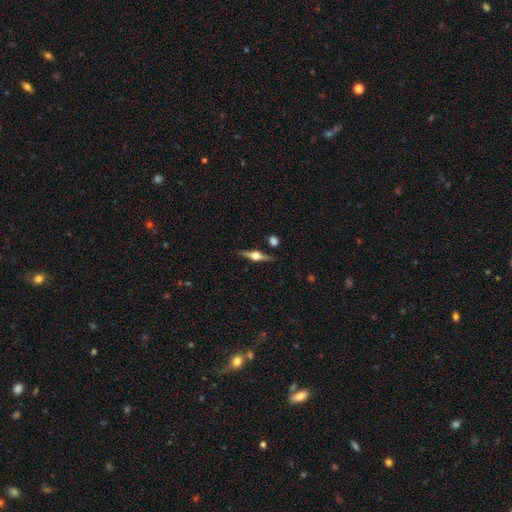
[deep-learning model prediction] This is likely a featured or disk galaxy (76%). It is clearly viewed edge-on (98%). Edge-on bulge: clearly rounded (94%). Merging: clearly none (87%).